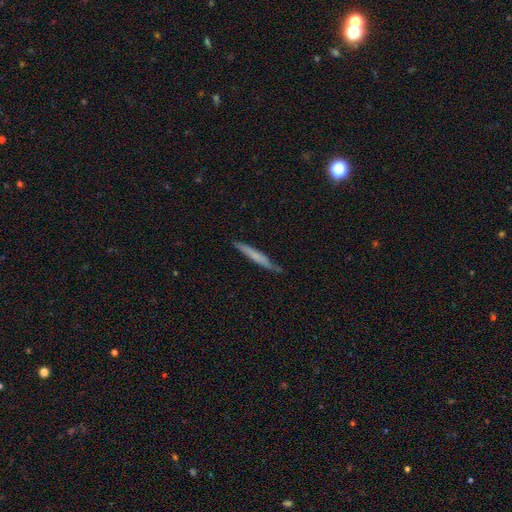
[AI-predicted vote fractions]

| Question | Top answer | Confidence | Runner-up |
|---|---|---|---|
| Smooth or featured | smooth | 56% | featured or disk (38%) |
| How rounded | cigar-shaped | 96% | in between (3%) |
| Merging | none | 83% | minor disturbance (13%) |